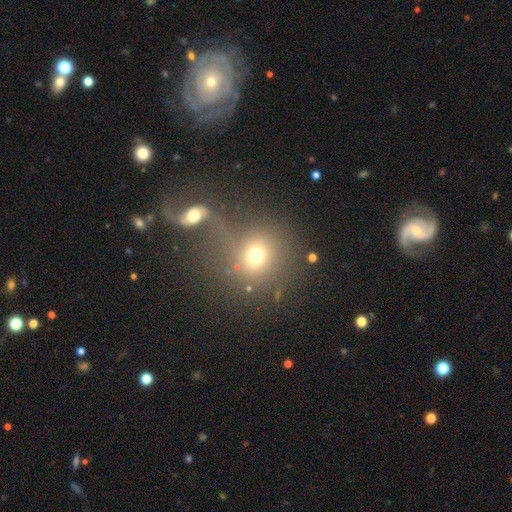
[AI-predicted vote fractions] This appears to be a smooth galaxy with no disk features (70%) that is round (82%). Merging: none (49%).